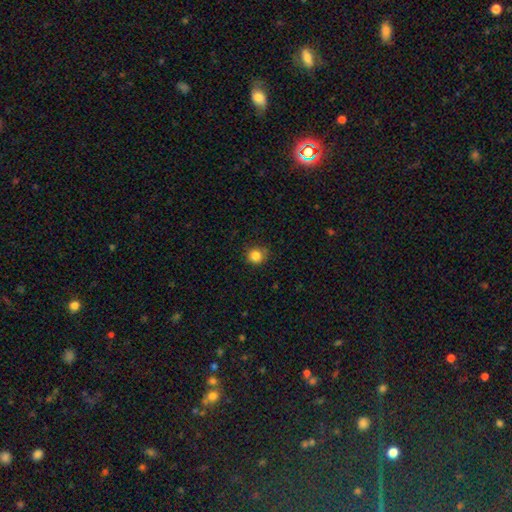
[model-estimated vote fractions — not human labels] Smooth or featured: smooth — 84% (star or artifact — 12%)
How rounded: round — 92% (in between — 7%)
Merging: none — 84% (minor disturbance — 12%)